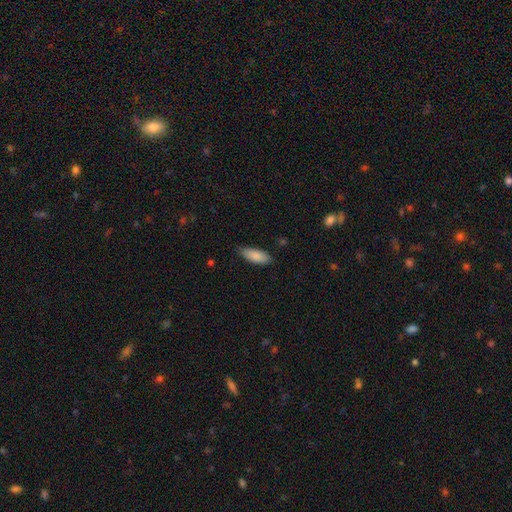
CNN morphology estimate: This is clearly a smooth galaxy (87%). How rounded: likely in between (78%). Merging: clearly none (80%).